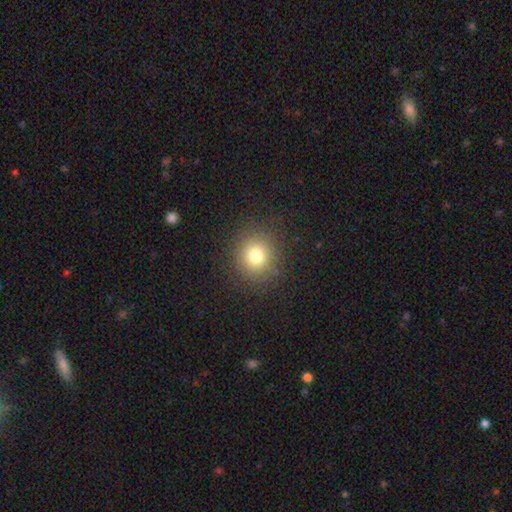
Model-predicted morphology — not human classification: Smooth or featured?
  - smooth: 77% *
  - star or artifact: 15%
  - featured or disk: 8%
How rounded?
  - round: 90% *
  - in between: 9%
  - cigar-shaped: 1%
Merging?
  - none: 89% *
  - minor disturbance: 7%
  - major disturbance: 3%
  - merger: 1%